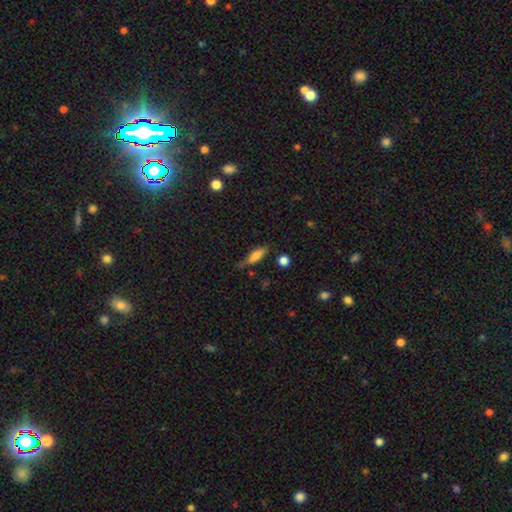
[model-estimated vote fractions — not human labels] Smooth or featured? smooth (71%)
How rounded? in between (49%)
Merging? none (60%)